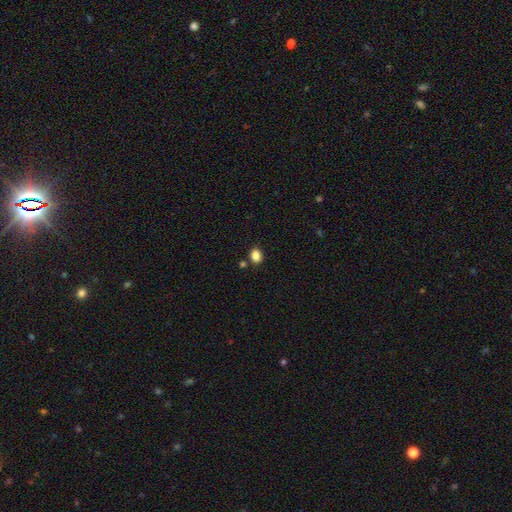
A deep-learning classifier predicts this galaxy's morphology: A smooth galaxy with no disk features (85%) that is in between round and cigar-shaped (50%).

Vote fractions:
- Smooth or featured? smooth: 85% / star or artifact: 11% / featured or disk: 4%
- How rounded? in between: 50% / round: 49% / cigar-shaped: 1%
- Merging? none: 80% / minor disturbance: 11% / merger: 7% / major disturbance: 3%